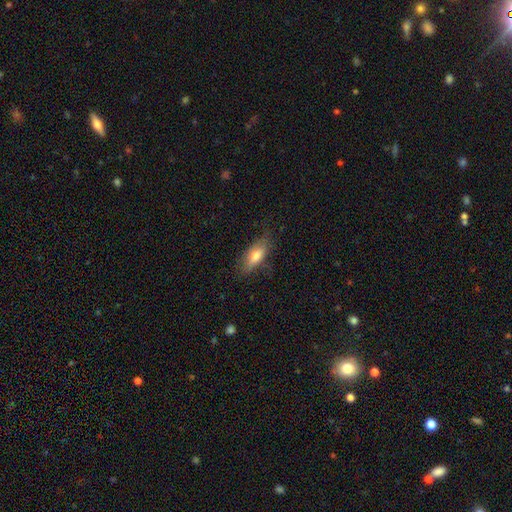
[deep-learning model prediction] smooth_or_featured: smooth (p=0.71) [alt: featured or disk p=0.22]
how_rounded: in between (p=0.75) [alt: cigar-shaped p=0.22]
merging: none (p=0.71) [alt: minor disturbance p=0.22]